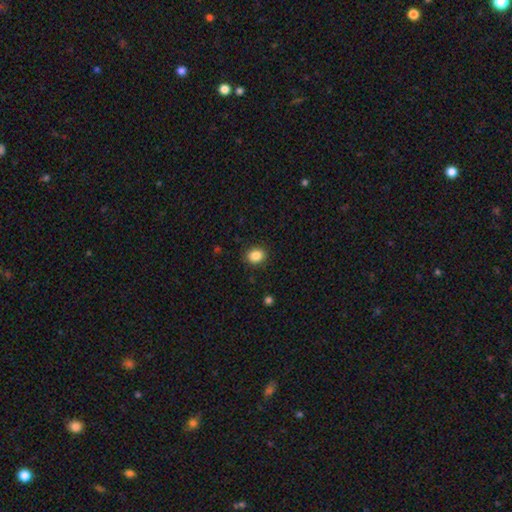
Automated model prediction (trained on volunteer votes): smooth_or_featured: smooth (p=0.87) [alt: star or artifact p=0.09]
how_rounded: round (p=0.58) [alt: in between p=0.42]
merging: none (p=0.89) [alt: minor disturbance p=0.08]